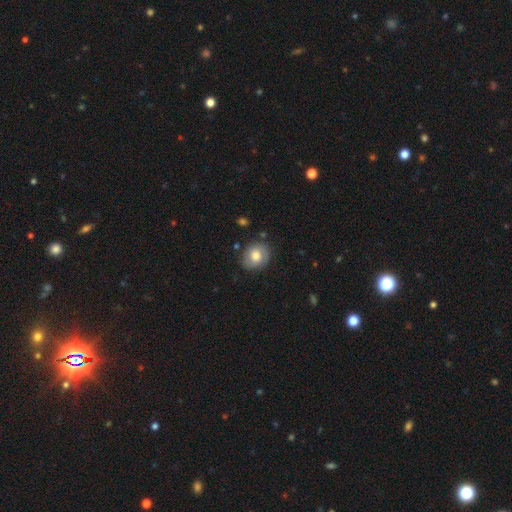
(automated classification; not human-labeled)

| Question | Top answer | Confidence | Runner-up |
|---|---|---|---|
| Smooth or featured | smooth | 58% | featured or disk (34%) |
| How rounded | round | 65% | in between (34%) |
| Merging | none | 78% | minor disturbance (16%) |